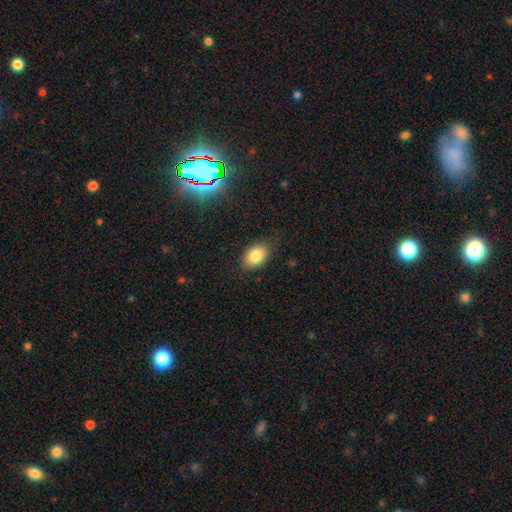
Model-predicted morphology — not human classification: A smooth galaxy with no disk features (83%) that is in between round and cigar-shaped (82%). Merging: none (80%).